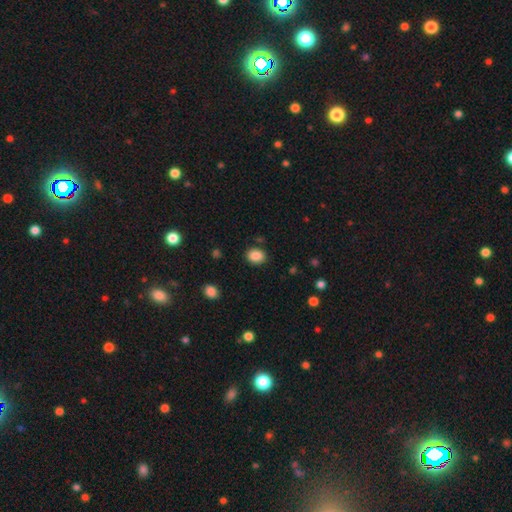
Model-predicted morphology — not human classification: A smooth galaxy with no disk features (87%) that is in between round and cigar-shaped (52%). Merging: none (85%).